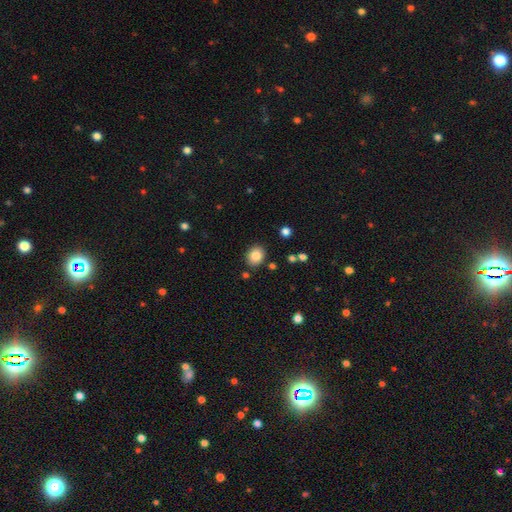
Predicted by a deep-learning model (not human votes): smooth_or_featured: smooth (p=0.85) [alt: star or artifact p=0.09]
how_rounded: round (p=0.60) [alt: in between p=0.39]
merging: none (p=0.86) [alt: minor disturbance p=0.08]